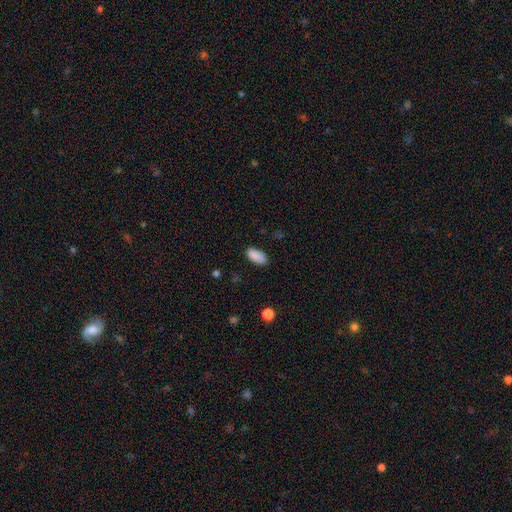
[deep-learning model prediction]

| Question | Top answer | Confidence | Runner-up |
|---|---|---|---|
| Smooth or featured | smooth | 89% | star or artifact (8%) |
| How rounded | in between | 92% | cigar-shaped (5%) |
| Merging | none | 84% | minor disturbance (12%) |